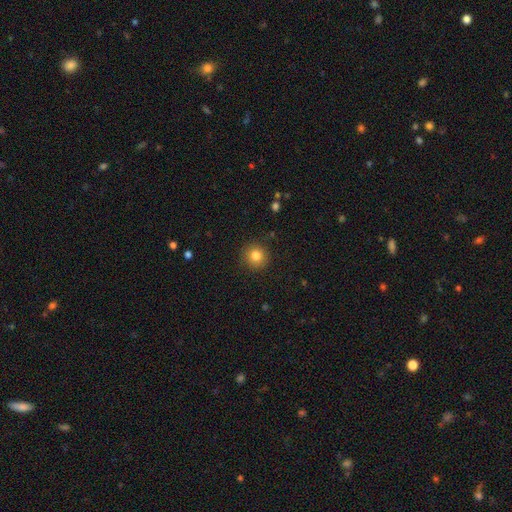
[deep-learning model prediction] Overall: smooth (81%). How rounded: round (93%). Merging: none (91%).